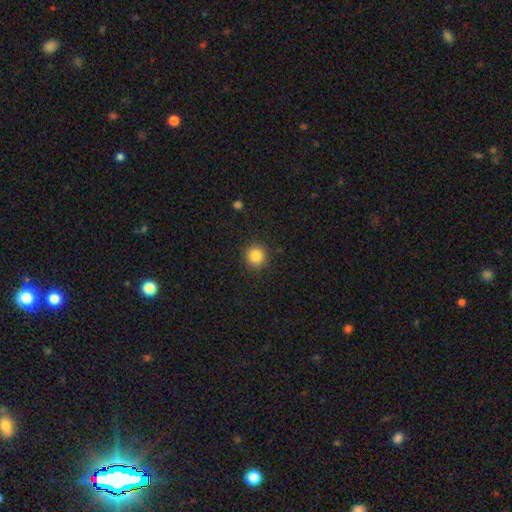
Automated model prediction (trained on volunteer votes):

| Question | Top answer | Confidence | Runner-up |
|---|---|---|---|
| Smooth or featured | smooth | 85% | star or artifact (10%) |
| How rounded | round | 94% | in between (5%) |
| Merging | none | 91% | minor disturbance (6%) |